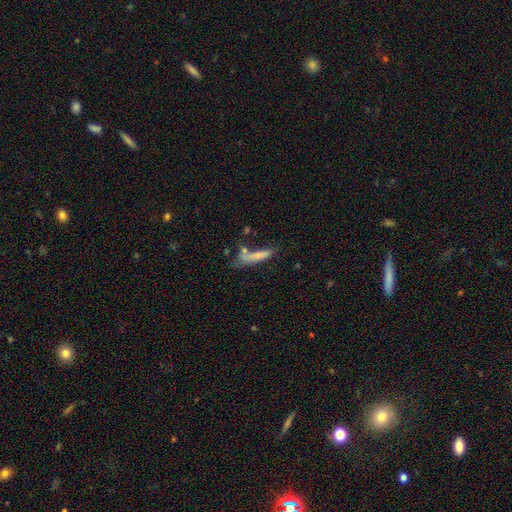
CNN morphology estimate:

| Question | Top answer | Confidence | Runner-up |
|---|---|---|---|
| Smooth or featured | smooth | 66% | featured or disk (24%) |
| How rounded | cigar-shaped | 81% | in between (17%) |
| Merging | none | 46% | minor disturbance (22%) |